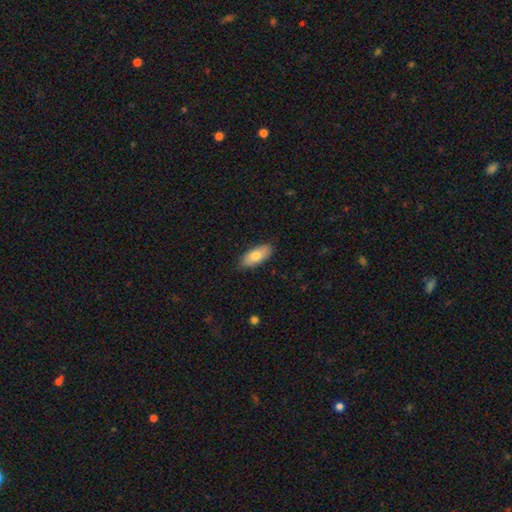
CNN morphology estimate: Q: Smooth or featured?
A: smooth (79%); runner-up: featured or disk (15%)
Q: How rounded?
A: in between (86%); runner-up: cigar-shaped (12%)
Q: Merging?
A: none (85%); runner-up: minor disturbance (12%)